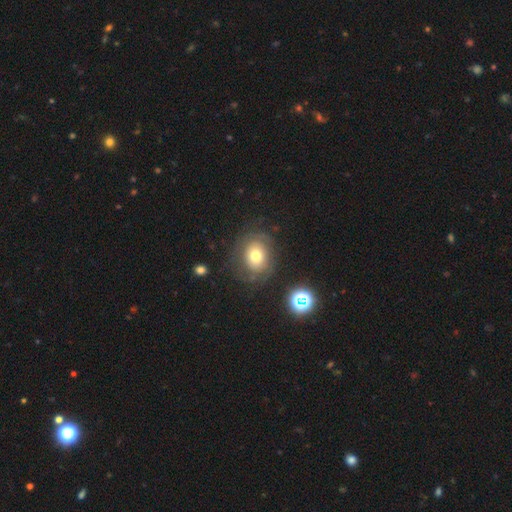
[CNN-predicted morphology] A smooth galaxy with no disk features (58%) that is round (62%).

Vote fractions:
- Smooth or featured? smooth: 58% / featured or disk: 29% / star or artifact: 12%
- How rounded? round: 62% / in between: 37% / cigar-shaped: 1%
- Merging? none: 73% / minor disturbance: 15% / major disturbance: 10% / merger: 2%